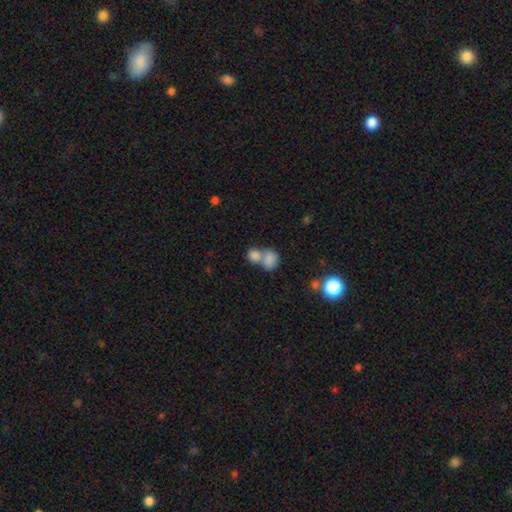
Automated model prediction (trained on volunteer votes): Smooth or featured: smooth — 82% (featured or disk — 9%)
How rounded: round — 54% (in between — 45%)
Merging: merger — 68% (none — 23%)